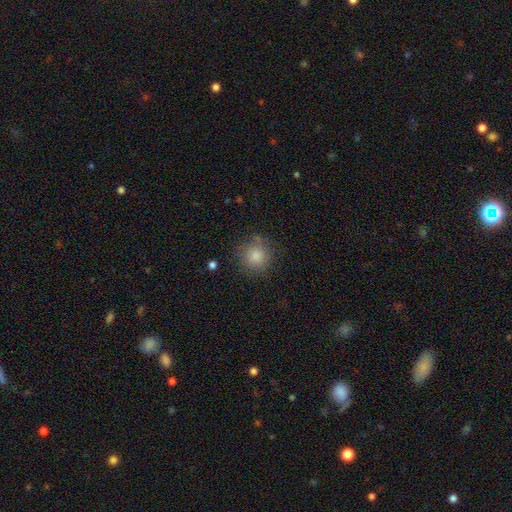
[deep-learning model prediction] The model was most divided on "smooth or featured": smooth: 81%, star or artifact: 12%, featured or disk: 7%. More confident: how rounded — round (93%); merging — none (82%).